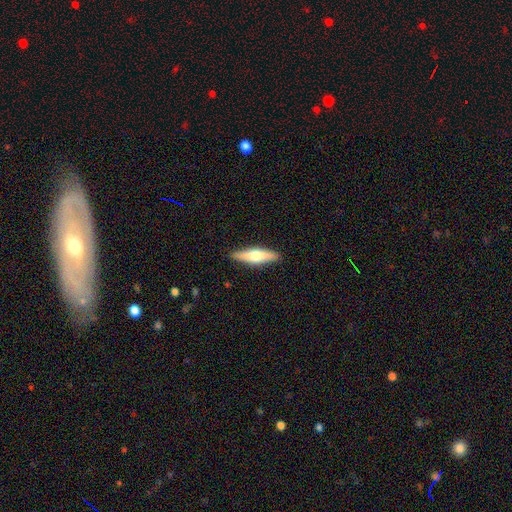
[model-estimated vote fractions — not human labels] smooth_or_featured: smooth (p=0.51) [alt: featured or disk p=0.44]
how_rounded: cigar-shaped (p=0.72) [alt: in between p=0.26]
merging: none (p=0.90) [alt: minor disturbance p=0.08]